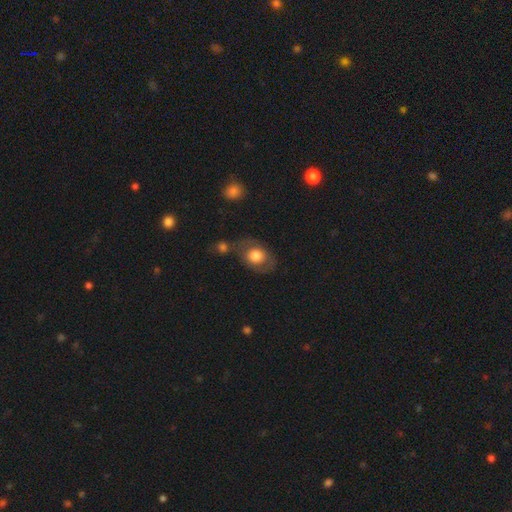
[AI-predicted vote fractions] Morphology: type=smooth (70%); roundness=in between (60%); merging=none (57%).